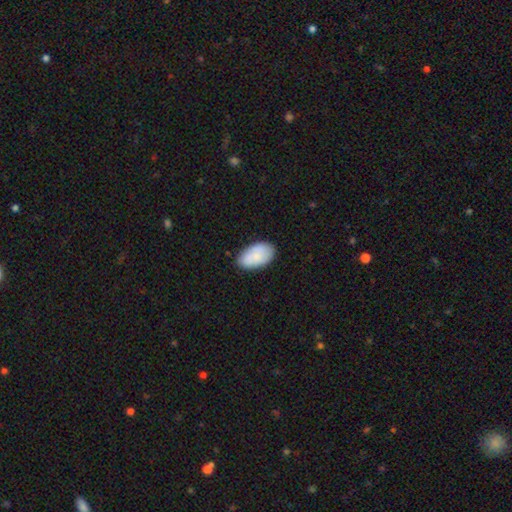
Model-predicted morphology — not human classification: Q: Smooth or featured?
A: smooth (80%); runner-up: featured or disk (14%)
Q: How rounded?
A: in between (94%); runner-up: round (4%)
Q: Merging?
A: none (77%); runner-up: minor disturbance (18%)